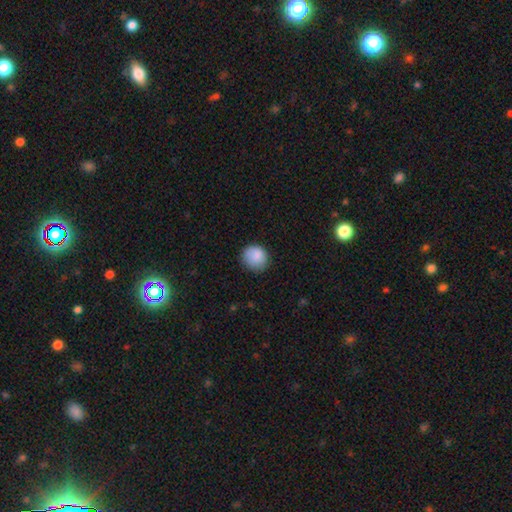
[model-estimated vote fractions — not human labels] smooth-or-featured: smooth: 87% | star or artifact: 8% | featured or disk: 5%
  how-rounded: round: 83% | in between: 16% | cigar-shaped: 1%
  merging: none: 78% | minor disturbance: 17% | major disturbance: 3% | merger: 1%